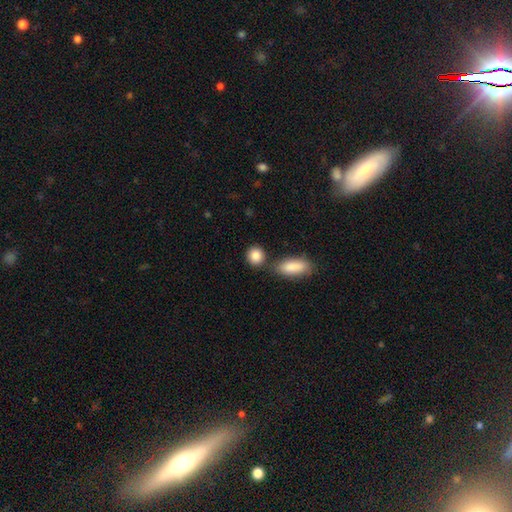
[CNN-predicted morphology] Overall: smooth (88%). How rounded: round (66%; in between 31%). Merging: none (67%).